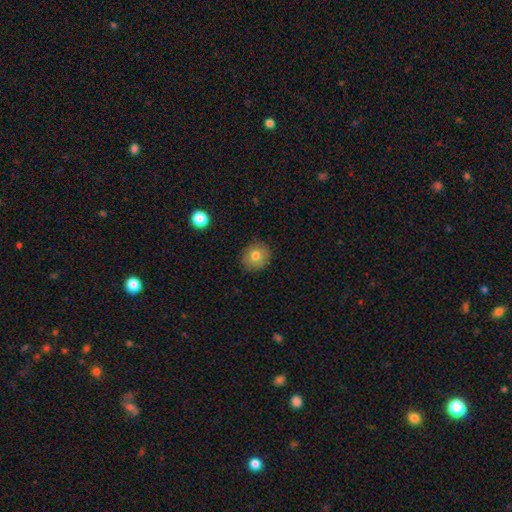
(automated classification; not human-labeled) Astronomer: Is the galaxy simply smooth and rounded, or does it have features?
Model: smooth — 76%.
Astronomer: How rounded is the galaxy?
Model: round — 78%.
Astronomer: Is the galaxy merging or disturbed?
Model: none — 87%.